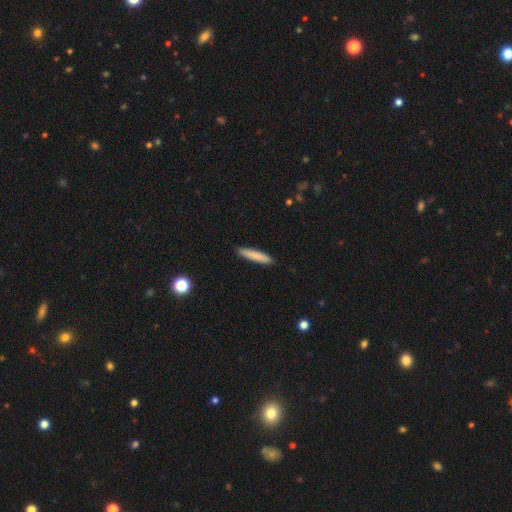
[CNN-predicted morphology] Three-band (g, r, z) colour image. It shows a smooth galaxy with no disk features (83%) that is cigar-shaped (89%). Merging: none (90%).